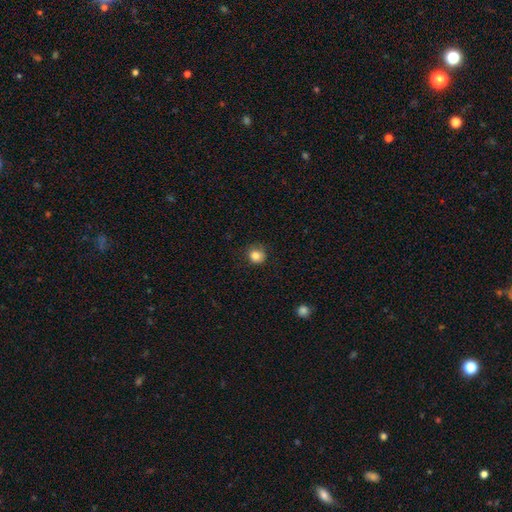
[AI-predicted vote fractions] Smooth or featured? smooth (83%)
How rounded? round (84%)
Merging? none (75%)